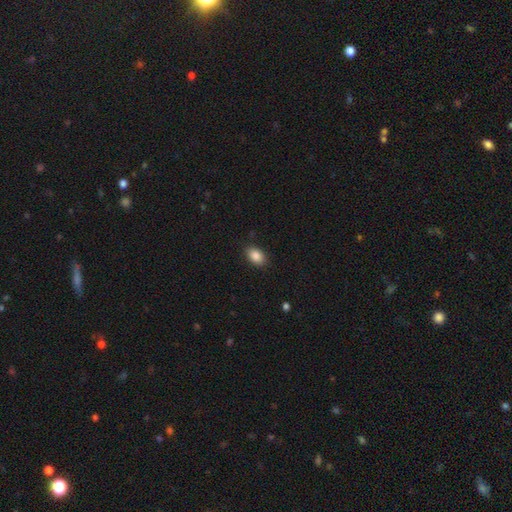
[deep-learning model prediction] The model was most divided on "how rounded": in between: 87%, round: 12%, cigar-shaped: 1%. More confident: merging — none (87%); smooth or featured — smooth (87%).